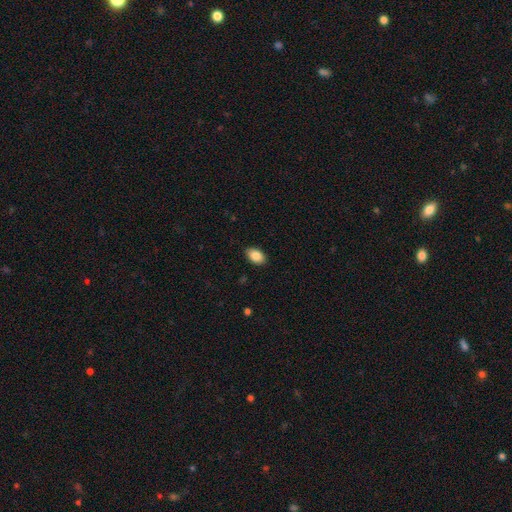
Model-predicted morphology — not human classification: This appears to be a smooth galaxy with no disk features (86%) that is in between round and cigar-shaped (90%). Merging: none (88%).